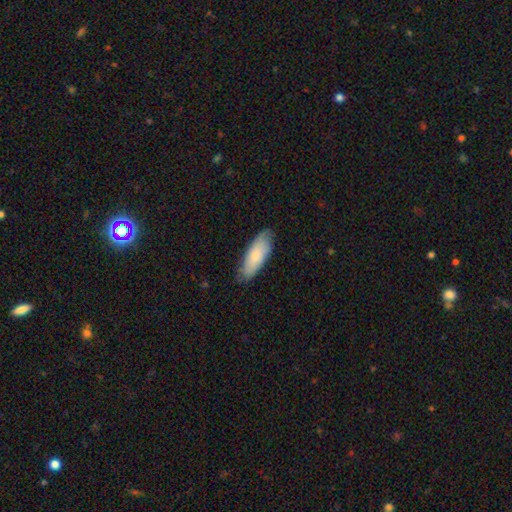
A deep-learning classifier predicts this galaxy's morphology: Smooth or featured: smooth — 75% (featured or disk — 20%)
How rounded: in between — 69% (cigar-shaped — 29%)
Merging: none — 78% (minor disturbance — 18%)